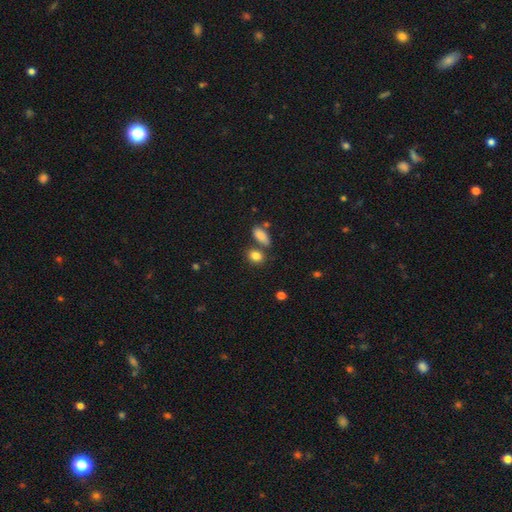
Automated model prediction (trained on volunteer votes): Smooth or featured: smooth — 84% (star or artifact — 10%)
How rounded: in between — 64% (round — 32%)
Merging: none — 63% (merger — 20%)